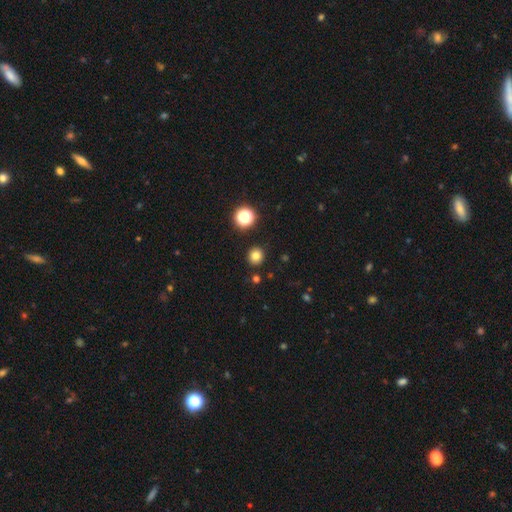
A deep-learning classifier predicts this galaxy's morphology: This is likely a smooth galaxy (79%). How rounded: clearly round (92%). Merging: clearly none (91%).